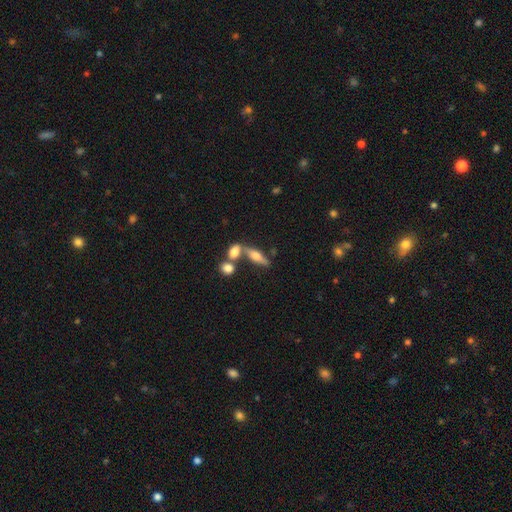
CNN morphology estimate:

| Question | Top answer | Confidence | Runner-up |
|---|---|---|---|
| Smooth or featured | smooth | 47% | featured or disk (44%) |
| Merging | none | 57% | merger (27%) |